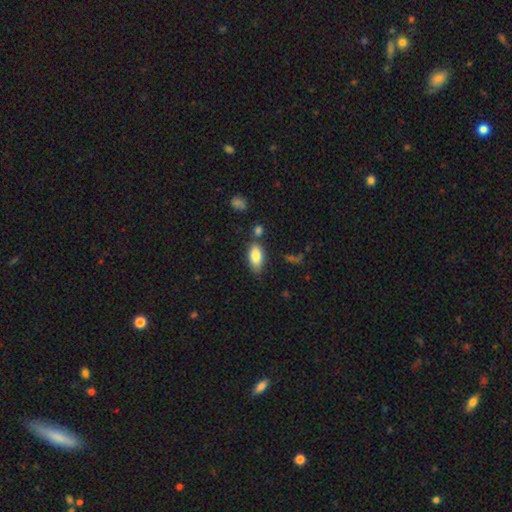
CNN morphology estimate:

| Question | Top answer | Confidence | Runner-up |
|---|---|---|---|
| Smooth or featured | smooth | 84% | featured or disk (9%) |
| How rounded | in between | 91% | cigar-shaped (5%) |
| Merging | none | 68% | minor disturbance (20%) |